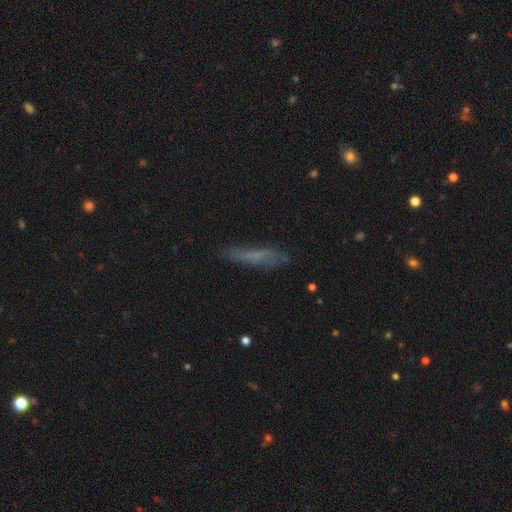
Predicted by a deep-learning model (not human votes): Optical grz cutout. It shows a smooth galaxy with no disk features (52%) that is cigar-shaped (81%). Merging: none (70%).